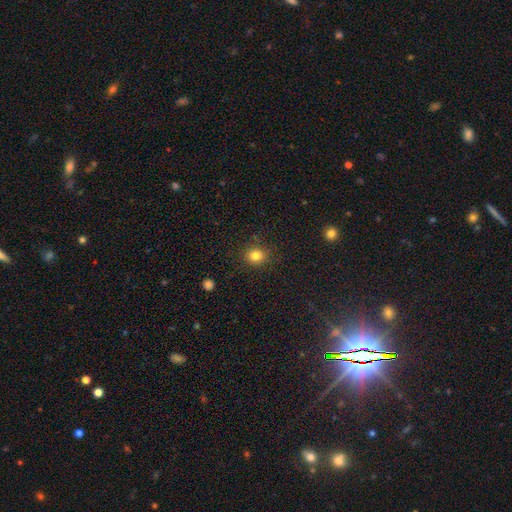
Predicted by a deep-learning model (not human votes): Q: Smooth or featured?
A: smooth (82%); runner-up: star or artifact (12%)
Q: How rounded?
A: round (80%); runner-up: in between (19%)
Q: Merging?
A: none (88%); runner-up: minor disturbance (8%)